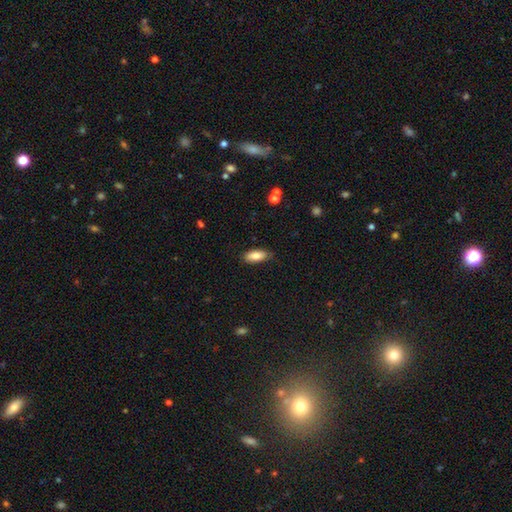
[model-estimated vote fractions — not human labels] The model was most divided on "merging": none: 80%, minor disturbance: 16%, major disturbance: 3%, merger: 1%. More confident: how rounded — in between (84%); smooth or featured — smooth (83%).